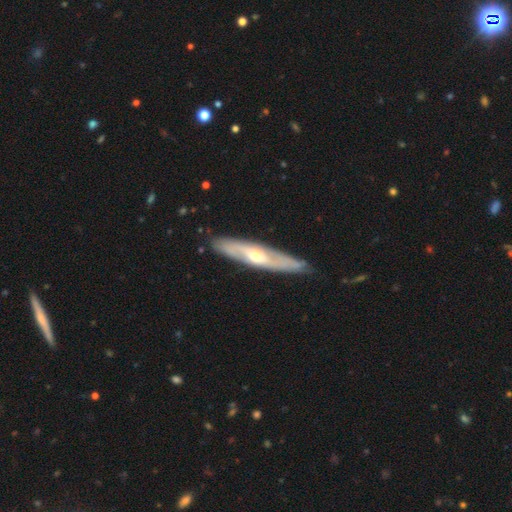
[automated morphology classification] A featured or disk galaxy (69%) viewed edge-on (54%). Merging: none (83%).